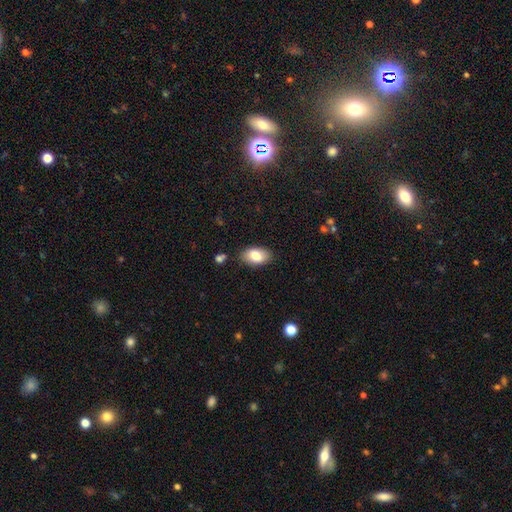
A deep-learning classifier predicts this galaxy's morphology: This appears to be a smooth galaxy with no disk features (81%) that is in between round and cigar-shaped (92%). Merging: none (85%).